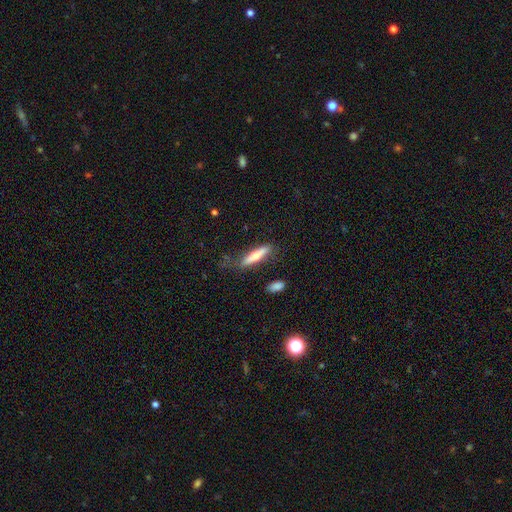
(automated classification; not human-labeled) This appears to be a smooth galaxy with no disk features (58%) that is cigar-shaped (82%). Merging: none (68%).